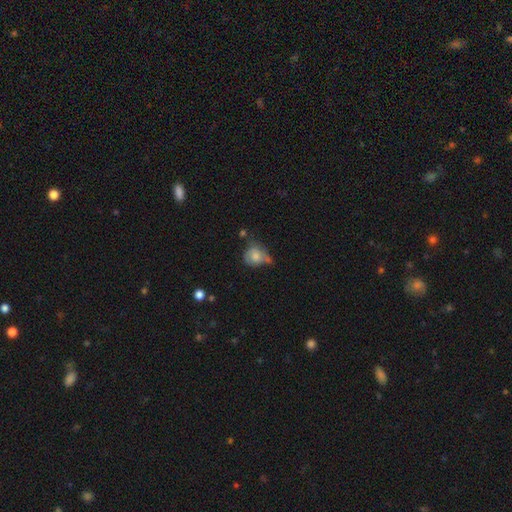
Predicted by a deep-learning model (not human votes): Smooth or featured: smooth — 70% (featured or disk — 21%)
How rounded: round — 66% (in between — 33%)
Merging: none — 36% (minor disturbance — 32%)